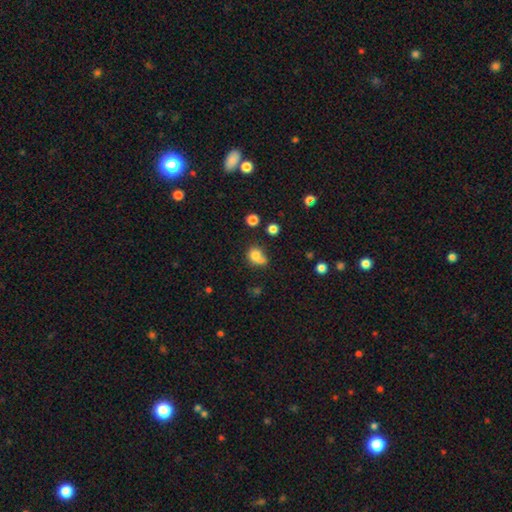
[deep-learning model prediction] This appears to be a smooth galaxy with no disk features (76%) that is round (68%). Merging: none (41%).